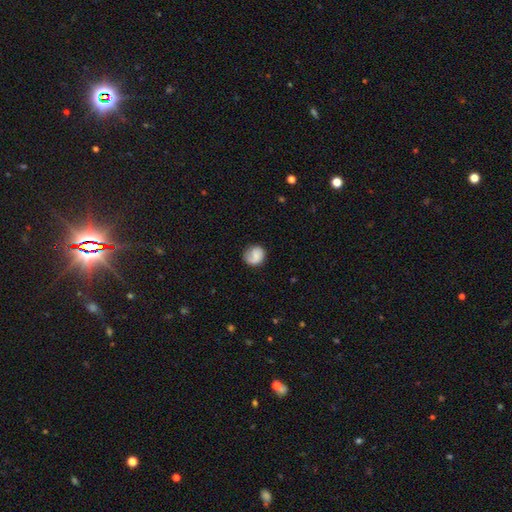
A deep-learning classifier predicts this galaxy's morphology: smooth_or_featured: smooth (p=0.66) [alt: featured or disk p=0.27]
how_rounded: round (p=0.80) [alt: in between p=0.19]
merging: none (p=0.68) [alt: minor disturbance p=0.21]